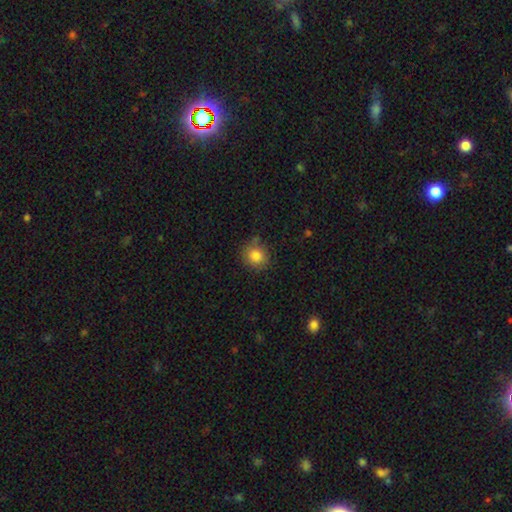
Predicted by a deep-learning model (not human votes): This appears to be a smooth galaxy with no disk features (84%) that is round (84%). Merging: none (77%).